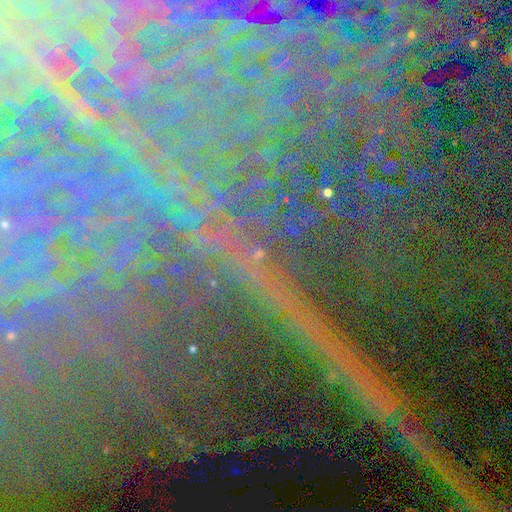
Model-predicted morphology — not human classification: smooth-or-featured: star or artifact: 79% | featured or disk: 12% | smooth: 9%